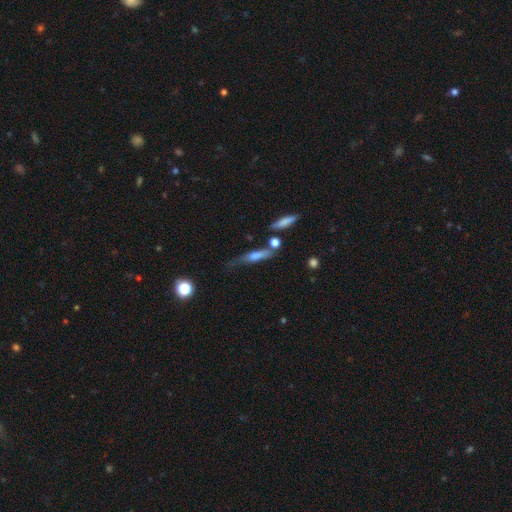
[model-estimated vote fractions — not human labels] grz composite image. It shows a smooth galaxy with no disk features (53%) that is cigar-shaped (75%). Merging: none (50%).